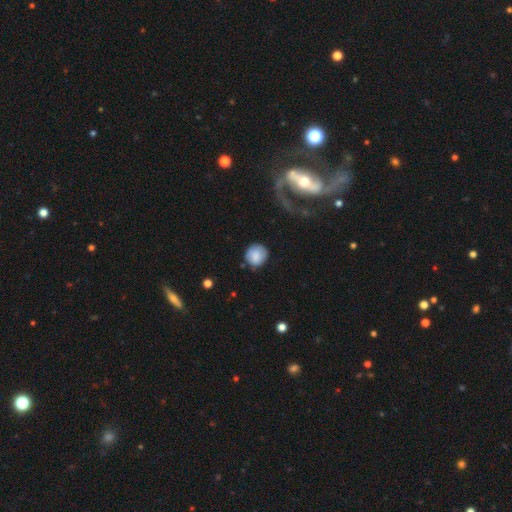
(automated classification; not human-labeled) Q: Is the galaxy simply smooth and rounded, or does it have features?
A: smooth — 80%.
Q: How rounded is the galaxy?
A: round — 88%.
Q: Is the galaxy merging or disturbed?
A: none — 75%.